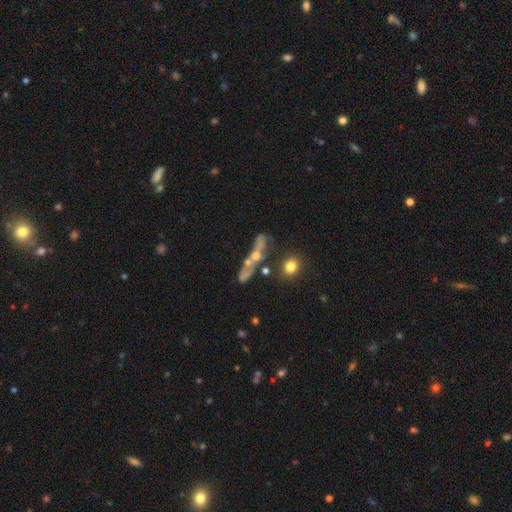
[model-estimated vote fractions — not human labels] smooth_or_featured: featured or disk (p=0.49) [alt: smooth p=0.33]
merging: none (p=0.48) [alt: merger p=0.22]